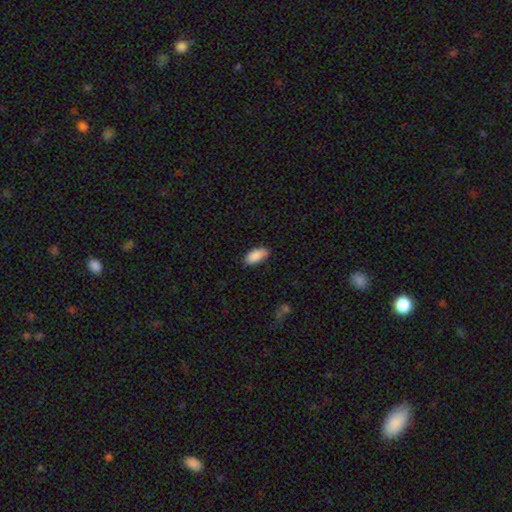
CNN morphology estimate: A smooth galaxy with no disk features (89%) that is in between round and cigar-shaped (90%).

Vote fractions:
- Smooth or featured? smooth: 89% / star or artifact: 6% / featured or disk: 5%
- How rounded? in between: 90% / cigar-shaped: 8% / round: 2%
- Merging? none: 79% / minor disturbance: 17% / major disturbance: 3% / merger: 1%